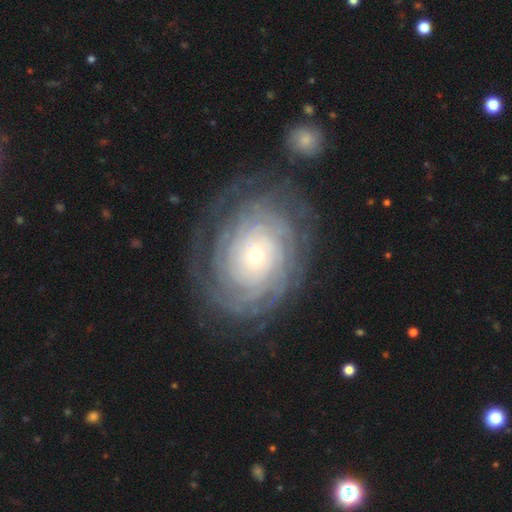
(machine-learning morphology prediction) Smooth or featured? Predicted: featured or disk (p=0.85). Edge-on disk? Predicted: no (p=0.97). Bar? Predicted: no (p=0.82). Spiral arms? Predicted: yes (p=0.96). Spiral winding? Predicted: tight (p=0.86). Spiral arm count? Predicted: can't tell (p=0.31). Bulge size? Predicted: small (p=0.71). Merging? Predicted: none (p=0.78).